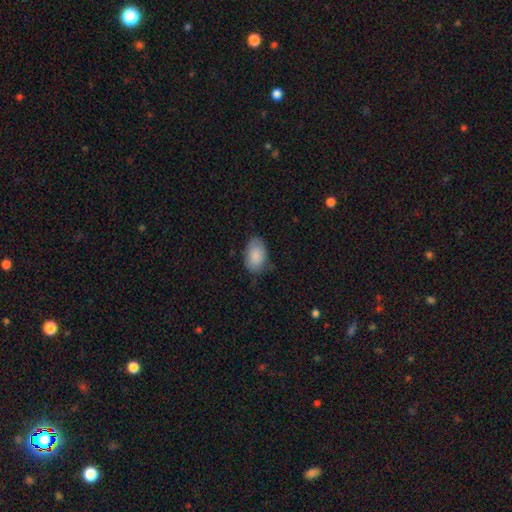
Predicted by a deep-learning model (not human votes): Smooth or featured? smooth (87%)
How rounded? in between (92%)
Merging? none (70%)